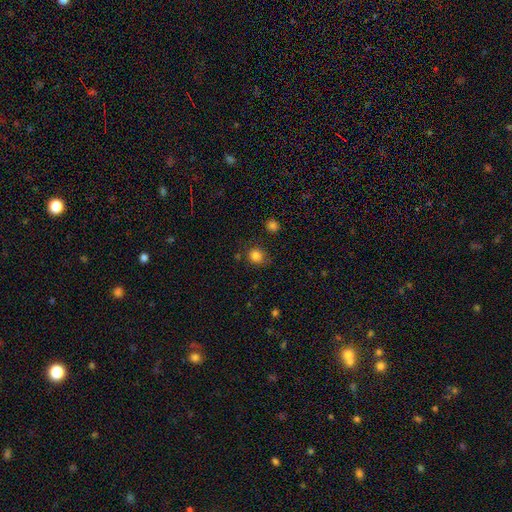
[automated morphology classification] Smooth or featured? Predicted: smooth (p=0.83). How rounded? Predicted: round (p=0.81). Merging? Predicted: none (p=0.75).